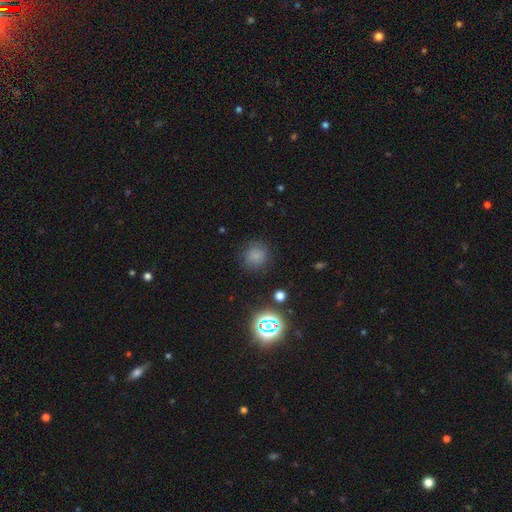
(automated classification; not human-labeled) Smooth or featured?
  - smooth: 76% *
  - star or artifact: 18%
  - featured or disk: 6%
How rounded?
  - round: 90% *
  - in between: 9%
  - cigar-shaped: 1%
Merging?
  - none: 85% *
  - minor disturbance: 10%
  - major disturbance: 4%
  - merger: 2%